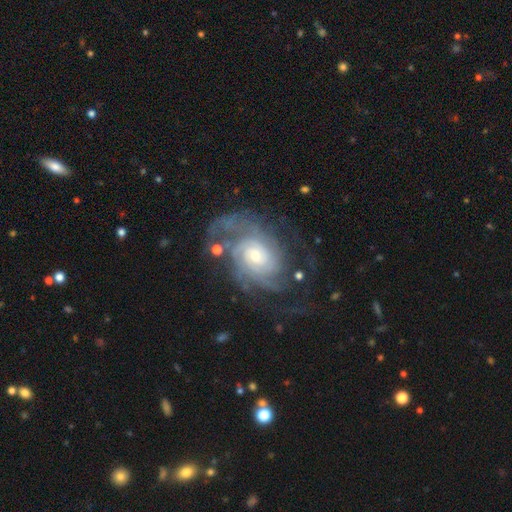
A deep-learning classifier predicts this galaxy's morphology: Smooth or featured?
  - featured or disk: 89% *
  - smooth: 5%
  - star or artifact: 5%
Edge-on disk?
  - no: 97% *
  - yes: 3%
Bar?
  - no: 71% *
  - weak: 24%
  - strong: 5%
Spiral arms?
  - yes: 97% *
  - no: 3%
Spiral winding?
  - tight: 65% *
  - medium: 27%
  - loose: 8%
Spiral arm count?
  - can't tell: 29% *
  - 2: 20%
  - 3: 18%
  - 4: 16%
  - more than 4: 10%
  - 1: 8%
Bulge size?
  - moderate: 49% *
  - small: 41%
  - large: 7%
  - none: 1%
  - dominant: 1%
Merging?
  - none: 59% *
  - major disturbance: 21%
  - minor disturbance: 17%
  - merger: 4%